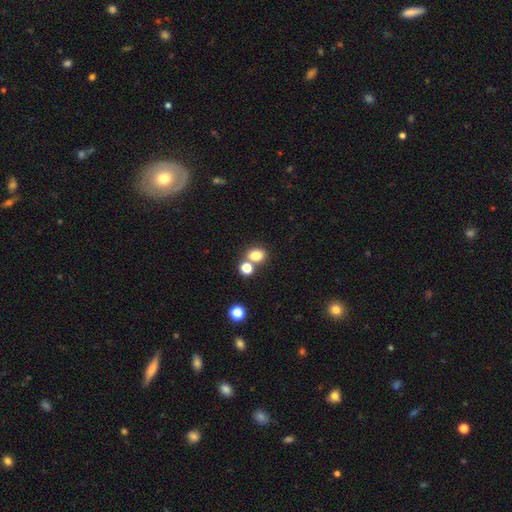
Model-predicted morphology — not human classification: Q: Smooth or featured?
A: smooth (81%); runner-up: star or artifact (13%)
Q: How rounded?
A: round (52%); runner-up: in between (47%)
Q: Merging?
A: none (59%); runner-up: merger (28%)